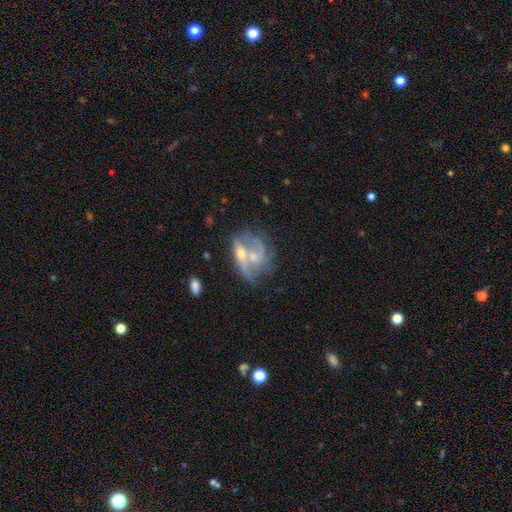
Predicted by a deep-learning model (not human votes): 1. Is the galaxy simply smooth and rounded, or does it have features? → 68% featured or disk, 24% smooth, 8% star or artifact.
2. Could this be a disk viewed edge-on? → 95% no, 5% yes.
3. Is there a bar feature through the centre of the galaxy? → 68% no, 26% weak, 6% strong.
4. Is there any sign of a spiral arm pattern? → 72% yes, 28% no.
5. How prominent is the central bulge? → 46% moderate, 42% small, 7% none, 4% large, 1% dominant.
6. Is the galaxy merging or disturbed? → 53% merger, 23% none, 12% major disturbance, 12% minor disturbance.